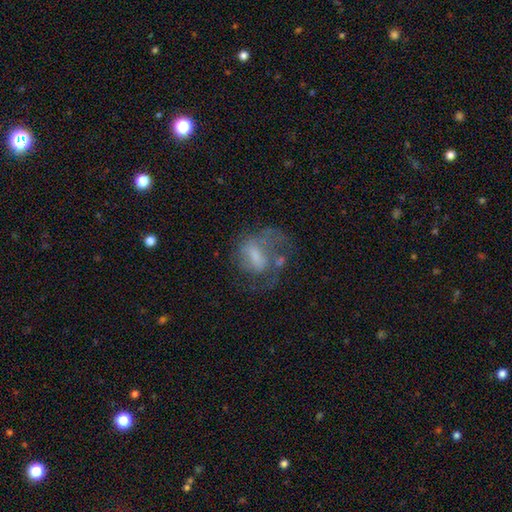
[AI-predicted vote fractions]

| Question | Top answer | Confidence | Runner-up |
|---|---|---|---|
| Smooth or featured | featured or disk | 60% | smooth (29%) |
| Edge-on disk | no | 97% | yes (3%) |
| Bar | weak | 45% | no (40%) |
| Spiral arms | yes | 62% | no (38%) |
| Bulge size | small | 35% | moderate (34%) |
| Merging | major disturbance | 41% | none (33%) |